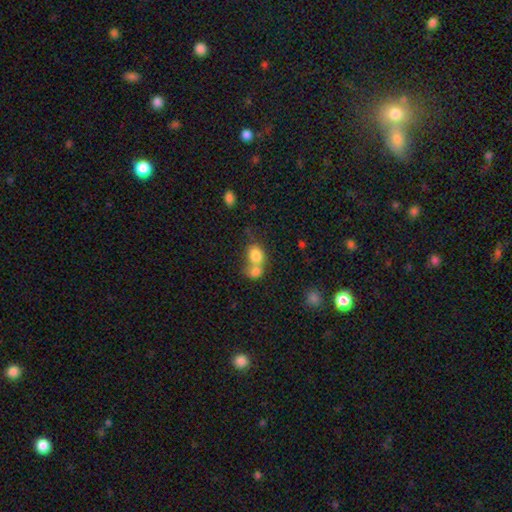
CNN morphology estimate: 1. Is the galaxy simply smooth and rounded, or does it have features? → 80% smooth, 10% featured or disk, 9% star or artifact.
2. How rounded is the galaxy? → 50% round, 49% in between, 1% cigar-shaped.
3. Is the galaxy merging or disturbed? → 61% merger, 28% none, 7% minor disturbance, 4% major disturbance.